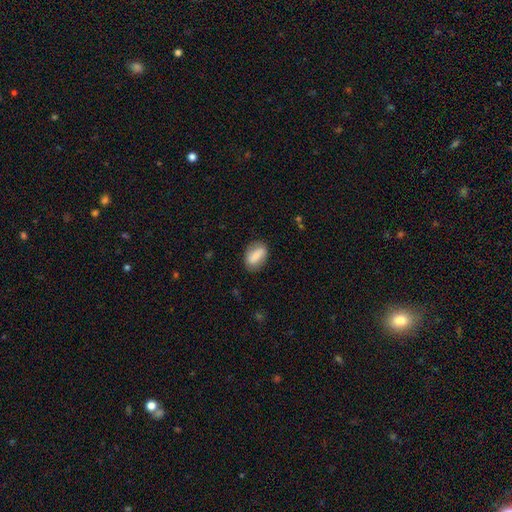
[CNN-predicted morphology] This appears to be a smooth galaxy with no disk features (75%) that is in between round and cigar-shaped (86%). Merging: none (79%).